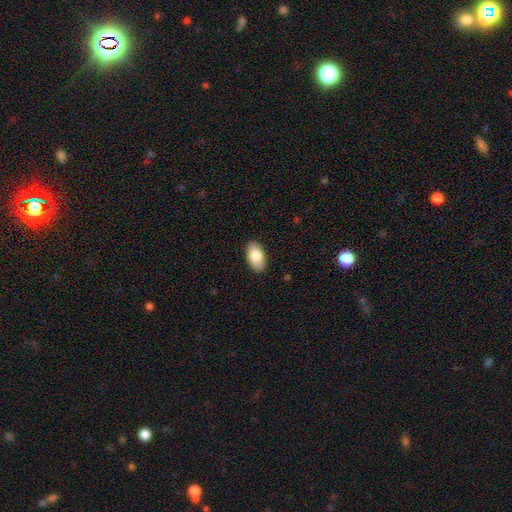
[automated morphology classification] Smooth or featured? smooth (83%)
How rounded? in between (95%)
Merging? none (89%)